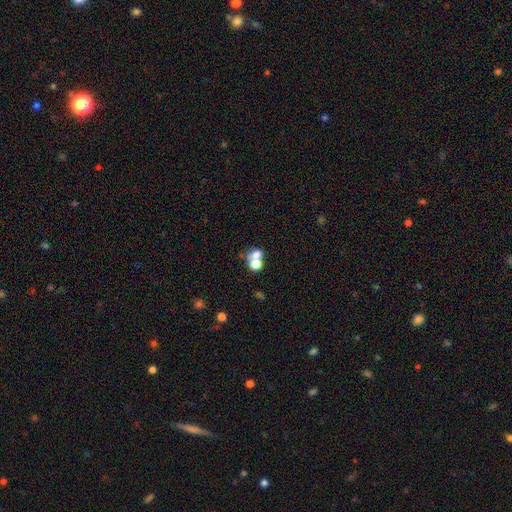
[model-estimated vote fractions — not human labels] Overall: smooth (67%). How rounded: round (62%; in between 37%). Merging: merger (57%; none 31%).